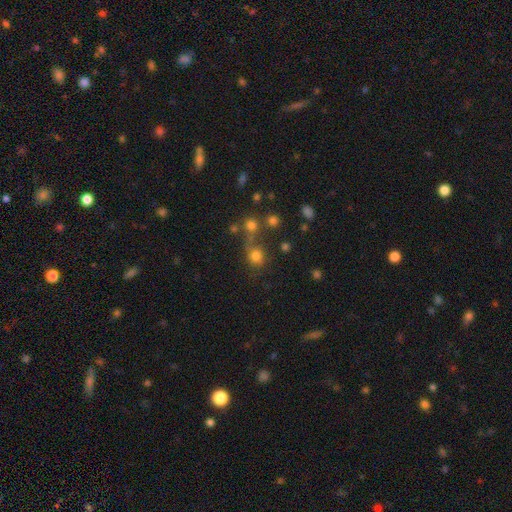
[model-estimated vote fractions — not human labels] This appears to be a smooth galaxy with no disk features (76%) that is round (81%). Merging: none (54%).